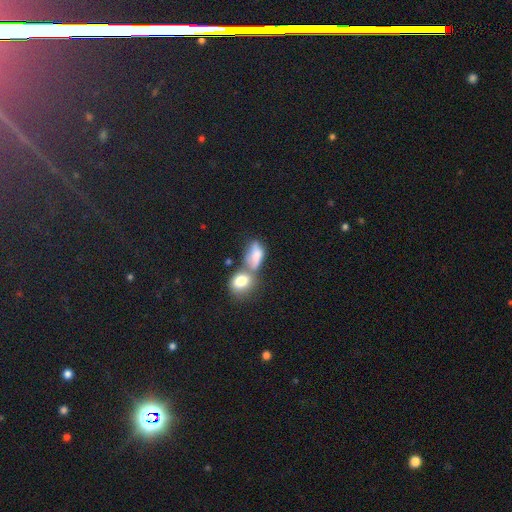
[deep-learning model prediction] smooth_or_featured: smooth (p=0.72) [alt: featured or disk p=0.19]
how_rounded: in between (p=0.83) [alt: round p=0.11]
merging: merger (p=0.56) [alt: none p=0.21]